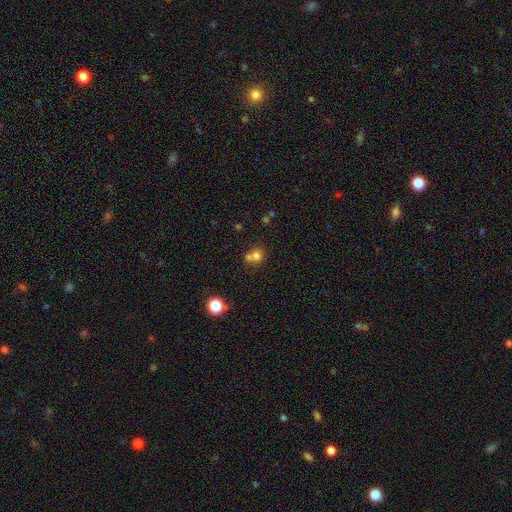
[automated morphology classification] Smooth or featured: smooth — 73% (star or artifact — 15%)
How rounded: round — 82% (in between — 17%)
Merging: merger — 48% (none — 42%)